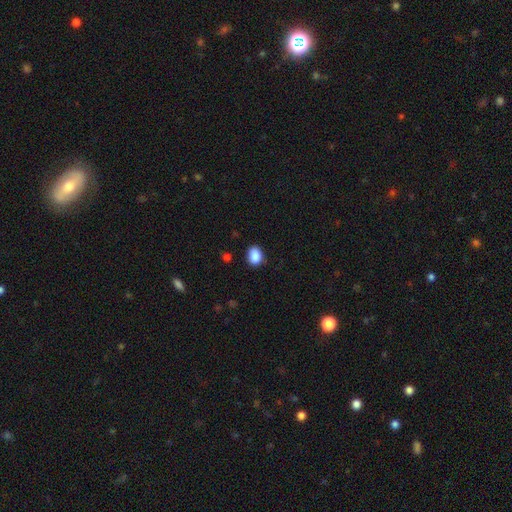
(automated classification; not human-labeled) smooth_or_featured: smooth (p=0.88) [alt: star or artifact p=0.08]
how_rounded: in between (p=0.65) [alt: round p=0.34]
merging: none (p=0.81) [alt: minor disturbance p=0.15]